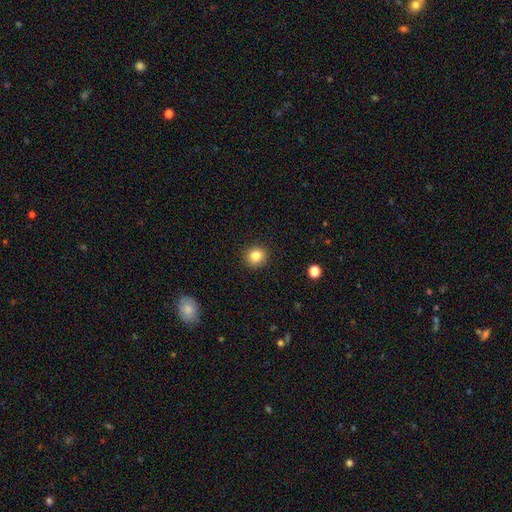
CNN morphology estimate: Smooth or featured: smooth — 85% (star or artifact — 10%)
How rounded: round — 87% (in between — 12%)
Merging: none — 91% (minor disturbance — 6%)